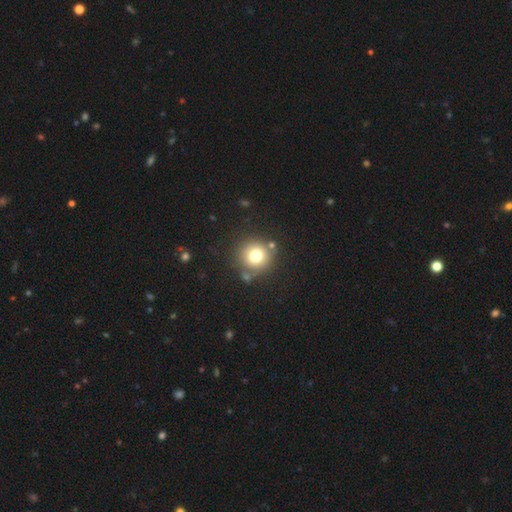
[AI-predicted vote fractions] Overall: smooth (74%). How rounded: round (94%). Merging: none (78%).